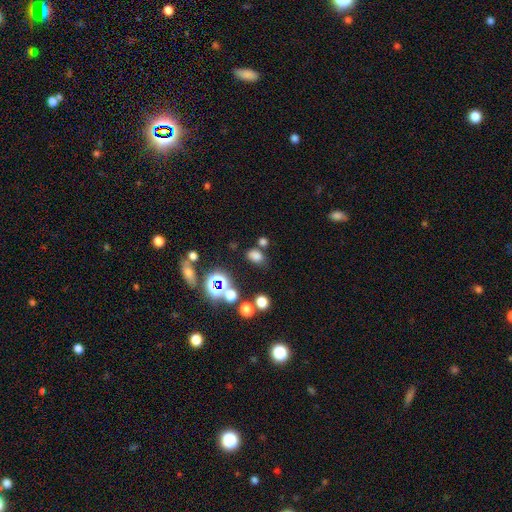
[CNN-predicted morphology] Q: Smooth or featured?
A: smooth (71%); runner-up: star or artifact (23%)
Q: How rounded?
A: in between (71%); runner-up: round (27%)
Q: Merging?
A: none (68%); runner-up: minor disturbance (15%)